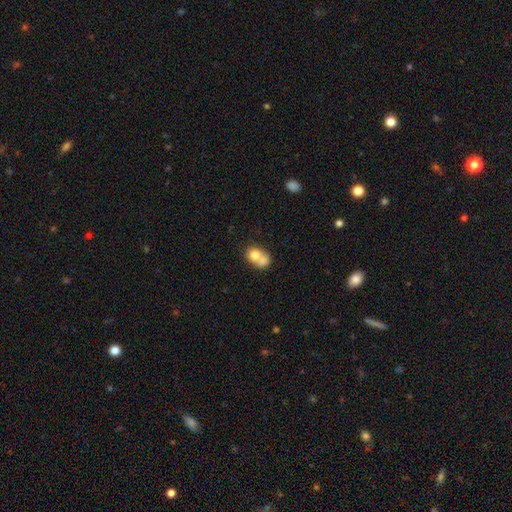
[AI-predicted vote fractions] Q: Smooth or featured?
A: smooth (73%); runner-up: featured or disk (19%)
Q: How rounded?
A: round (54%); runner-up: in between (45%)
Q: Merging?
A: merger (67%); runner-up: none (21%)